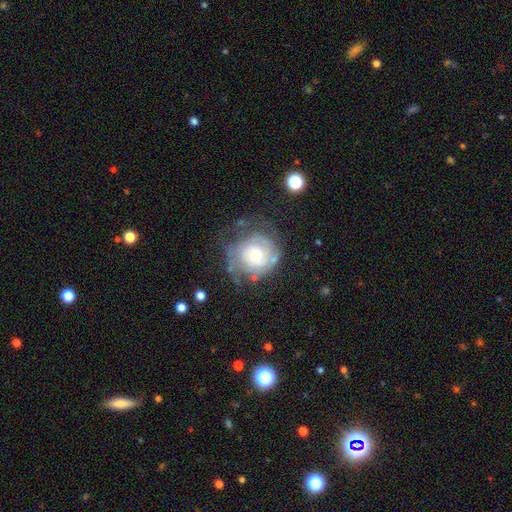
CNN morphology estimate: Q: Smooth or featured?
A: featured or disk (66%); runner-up: smooth (27%)
Q: Edge-on disk?
A: no (97%); runner-up: yes (3%)
Q: Bar?
A: no (77%); runner-up: weak (20%)
Q: Spiral arms?
A: yes (79%); runner-up: no (21%)
Q: Spiral winding?
A: tight (59%); runner-up: medium (29%)
Q: Spiral arm count?
A: can't tell (43%); runner-up: 2 (33%)
Q: Bulge size?
A: small (47%); runner-up: moderate (39%)
Q: Merging?
A: none (50%); runner-up: minor disturbance (24%)